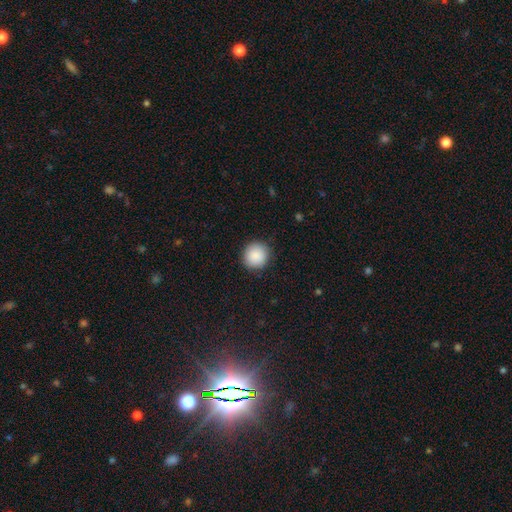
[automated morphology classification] A smooth galaxy with no disk features (90%) that is round (94%). Merging: none (89%).